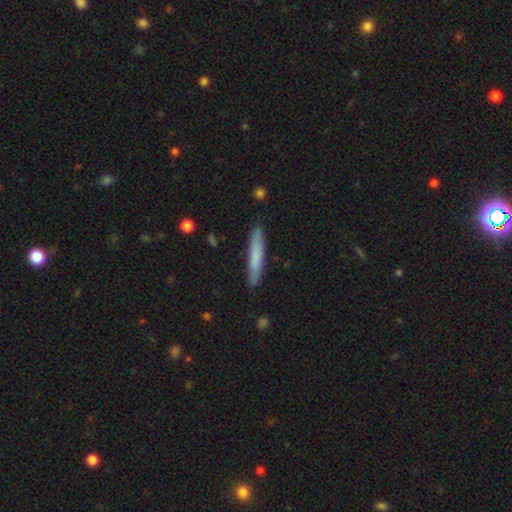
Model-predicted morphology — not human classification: Smooth or featured? Predicted: smooth (p=0.72). How rounded? Predicted: cigar-shaped (p=0.94). Merging? Predicted: none (p=0.87).